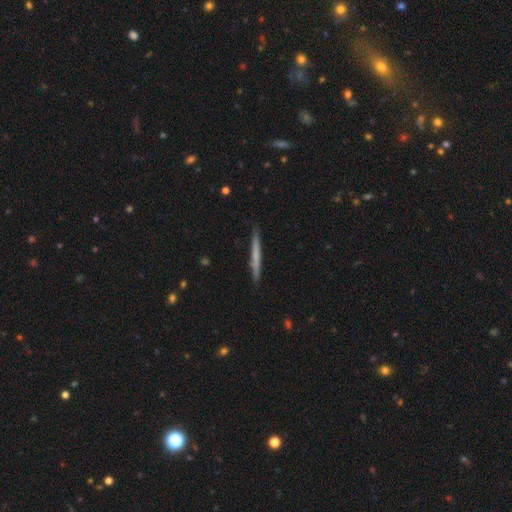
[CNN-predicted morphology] This appears to be a smooth galaxy with no disk features (55%) that is cigar-shaped (97%). Merging: none (90%).